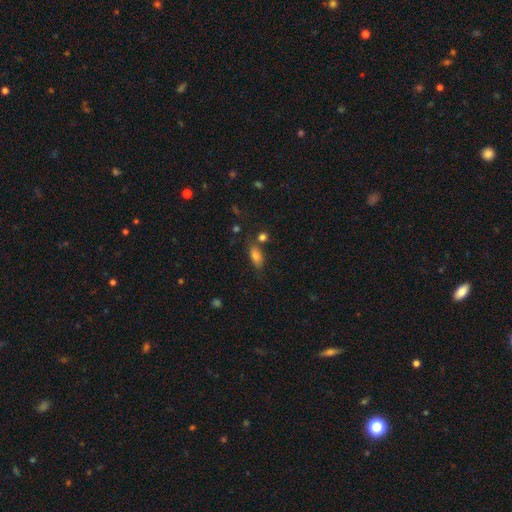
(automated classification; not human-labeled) smooth-or-featured: smooth: 77% | featured or disk: 12% | star or artifact: 11%
  how-rounded: in between: 83% | cigar-shaped: 11% | round: 6%
  merging: none: 66% | minor disturbance: 18% | merger: 11% | major disturbance: 6%